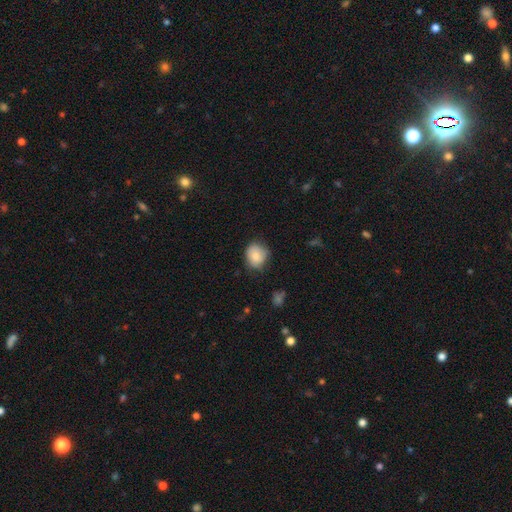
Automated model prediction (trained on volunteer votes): This is clearly a smooth galaxy (82%). How rounded: likely round (67%). Merging: likely none (64%).